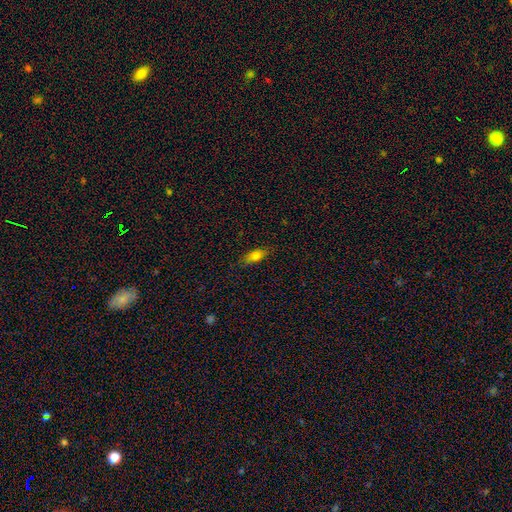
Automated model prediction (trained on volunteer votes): This appears to be a smooth galaxy with no disk features (73%) that is in between round and cigar-shaped (75%). Merging: none (79%).